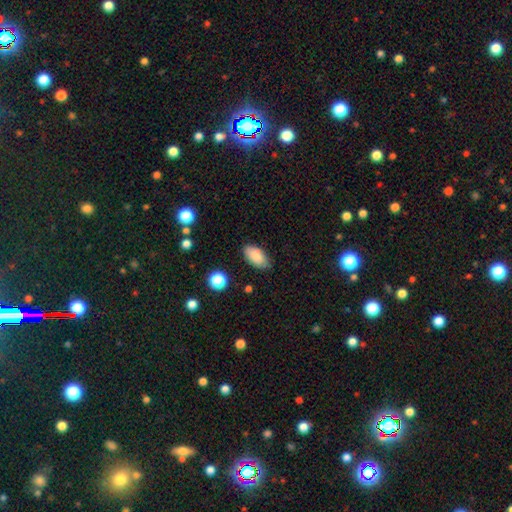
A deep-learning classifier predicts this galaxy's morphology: smooth-or-featured: smooth: 86% | star or artifact: 7% | featured or disk: 7%
  how-rounded: in between: 93% | cigar-shaped: 4% | round: 3%
  merging: none: 82% | minor disturbance: 13% | major disturbance: 3% | merger: 2%